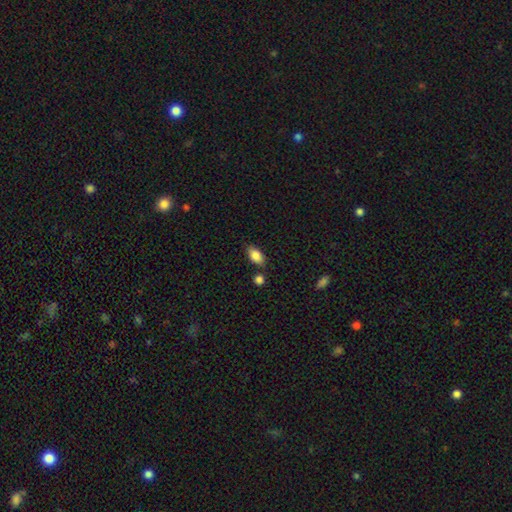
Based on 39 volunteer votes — Overall: smooth (82%). How rounded: in between (84%). Merging: none (75%).